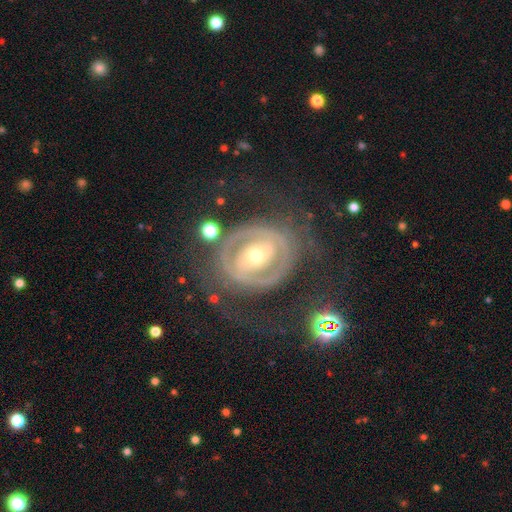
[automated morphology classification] Smooth or featured? featured or disk (84%)
Edge-on disk? no (96%)
Bar? no (37%)
Spiral arms? yes (77%)
Spiral winding? tight (61%)
Spiral arm count? 2 (58%)
Bulge size? small (51%)
Merging? none (65%)